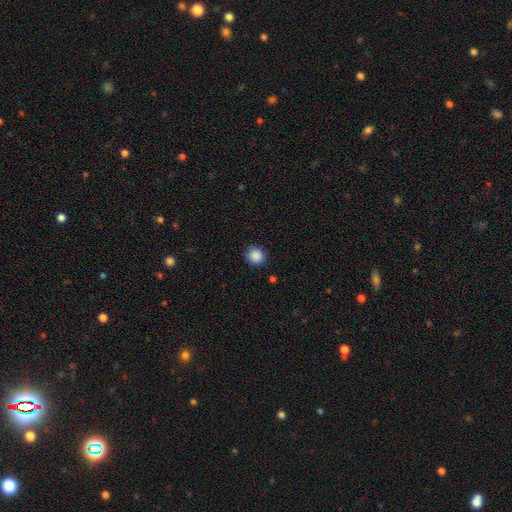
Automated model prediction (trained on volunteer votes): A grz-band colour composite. It shows a smooth galaxy with no disk features (88%) that is round (88%). Merging: none (88%).